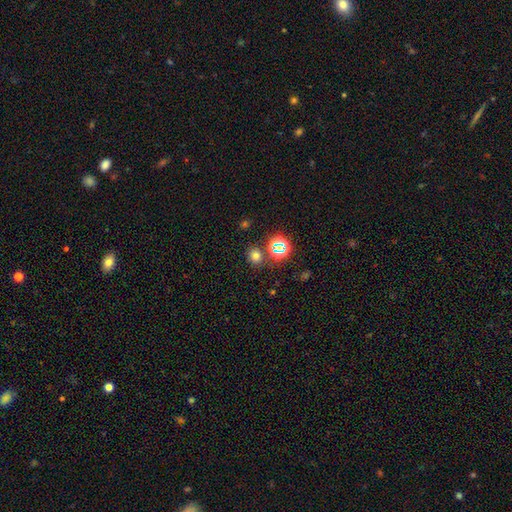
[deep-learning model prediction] A smooth galaxy with no disk features (68%) that is round (81%). Merging: none (79%).